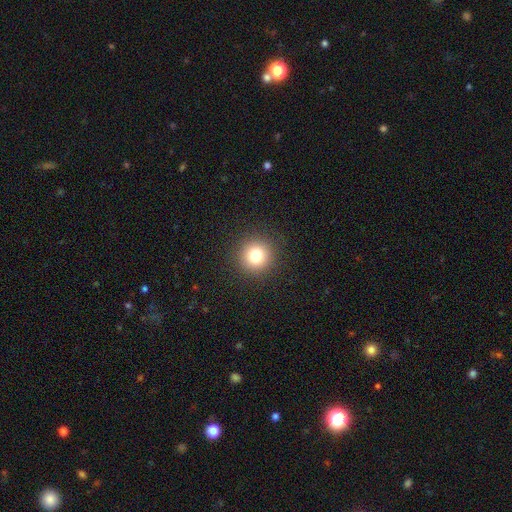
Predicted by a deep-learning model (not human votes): Q: Smooth or featured?
A: smooth (80%); runner-up: star or artifact (12%)
Q: How rounded?
A: round (94%); runner-up: in between (5%)
Q: Merging?
A: none (91%); runner-up: minor disturbance (6%)